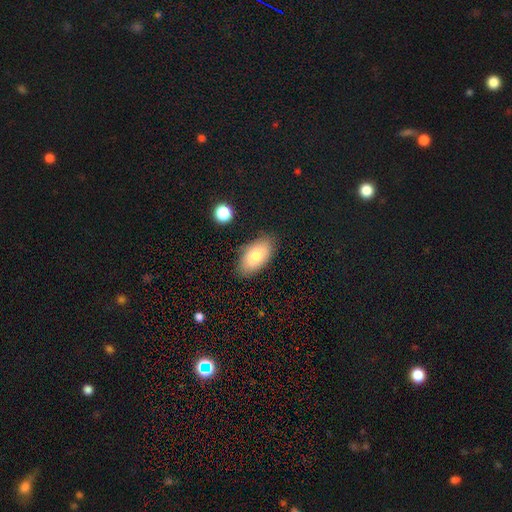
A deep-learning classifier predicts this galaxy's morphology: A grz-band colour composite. It shows a smooth galaxy with no disk features (79%) that is in between round and cigar-shaped (94%). Merging: none (82%).